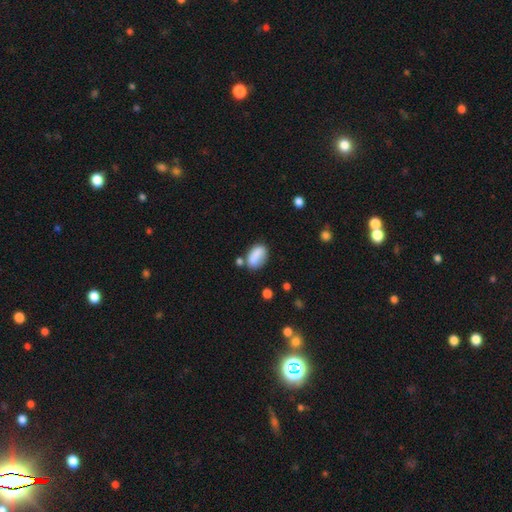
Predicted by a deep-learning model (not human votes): Smooth or featured? smooth (83%)
How rounded? in between (88%)
Merging? none (61%)